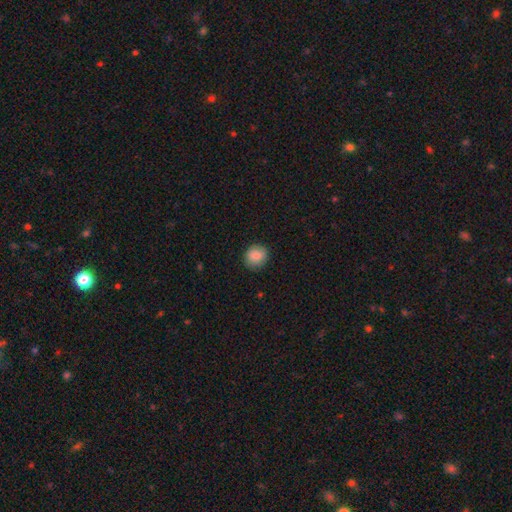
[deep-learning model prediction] smooth 84%, featured or disk 8%, star or artifact 8%. Down the decision tree: how rounded — round (82%); merging — none (85%).